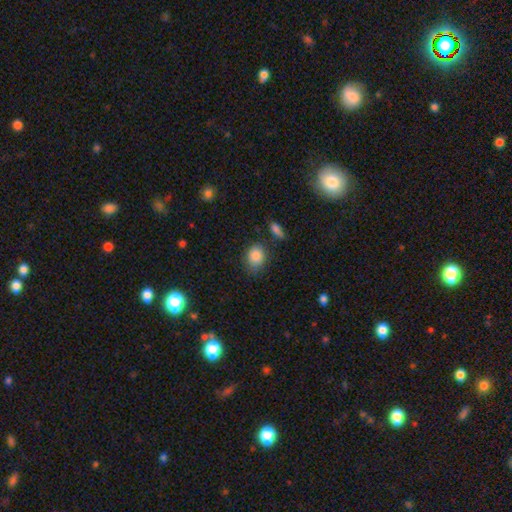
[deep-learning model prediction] Overall: smooth (87%). How rounded: round (50%; in between 48%). Merging: none (72%).